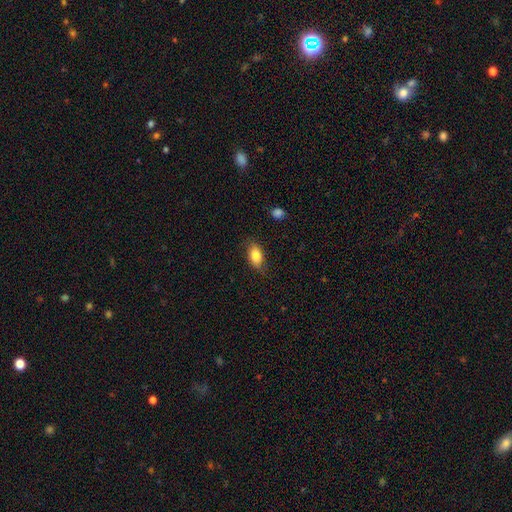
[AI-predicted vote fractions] Overall: smooth (82%). How rounded: in between (88%). Merging: none (82%).